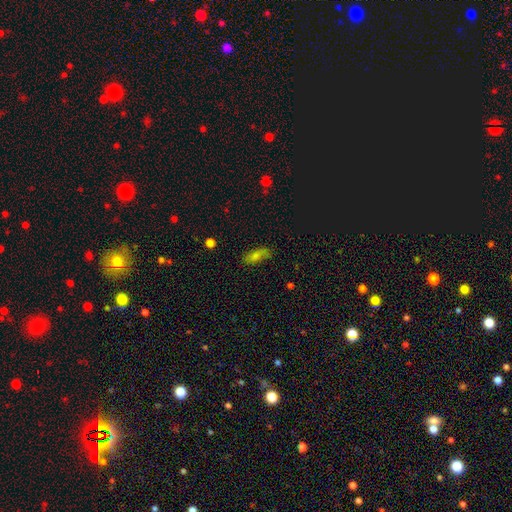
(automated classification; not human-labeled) A smooth galaxy with no disk features (57%) that is in between round and cigar-shaped (70%). Merging: none (76%).